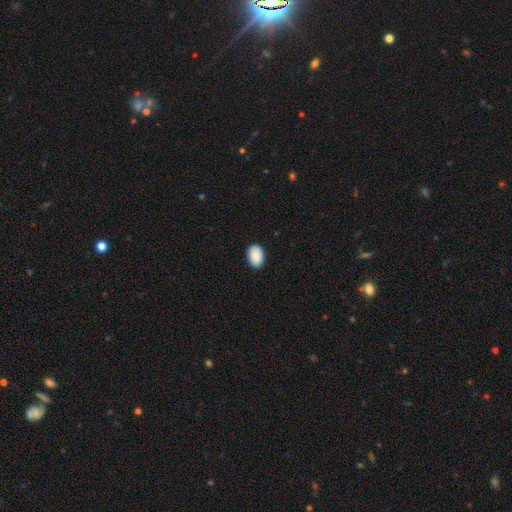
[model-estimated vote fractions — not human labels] Smooth or featured?
  - smooth: 91% *
  - star or artifact: 6%
  - featured or disk: 3%
How rounded?
  - in between: 87% *
  - round: 12%
  - cigar-shaped: 1%
Merging?
  - none: 90% *
  - minor disturbance: 8%
  - major disturbance: 2%
  - merger: 1%